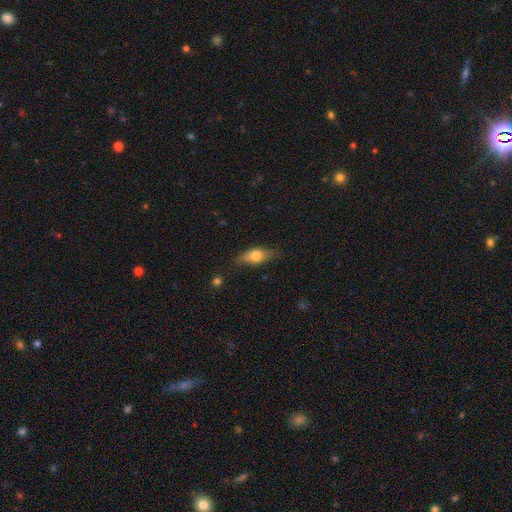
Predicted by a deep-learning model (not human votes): The model was most divided on "smooth or featured": smooth: 62%, featured or disk: 30%, star or artifact: 8%. More confident: merging — none (73%); how rounded — in between (72%).